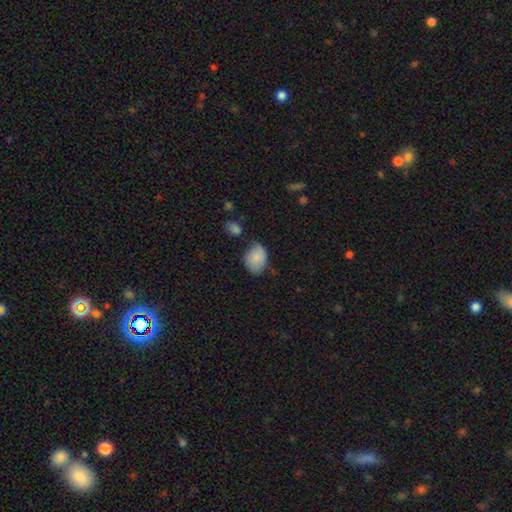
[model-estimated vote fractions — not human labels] This is likely a smooth galaxy (79%). How rounded: likely in between (69%). Merging: possibly none (51%).